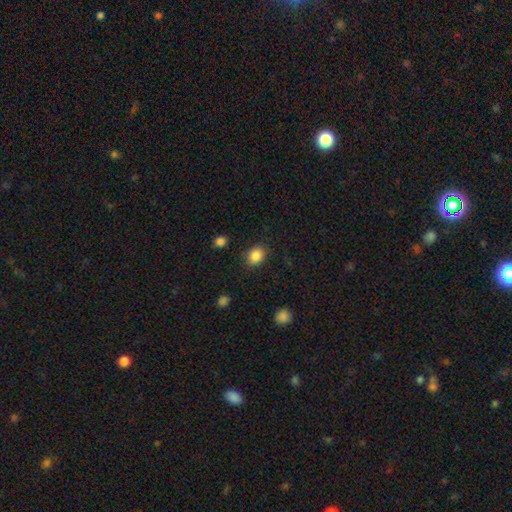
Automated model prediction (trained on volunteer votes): A smooth galaxy with no disk features (87%) that is in between round and cigar-shaped (50%). Merging: none (84%).